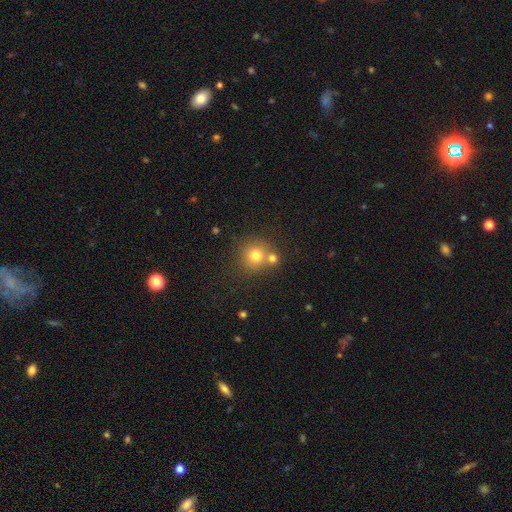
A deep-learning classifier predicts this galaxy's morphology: The model was most divided on "merging": none: 58%, merger: 30%, minor disturbance: 8%, major disturbance: 3%. More confident: how rounded — round (90%); smooth or featured — smooth (75%).